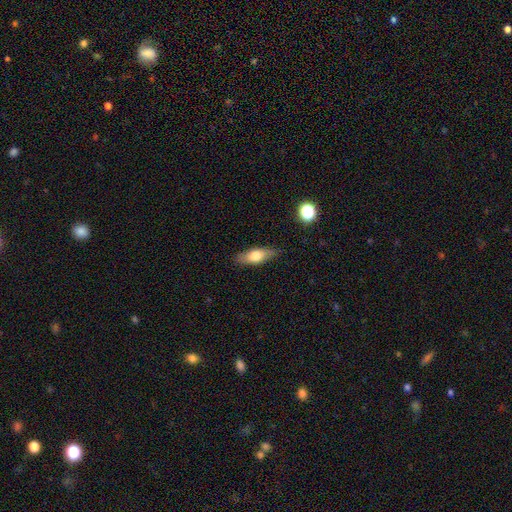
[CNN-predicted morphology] Q: Smooth or featured?
A: smooth (65%); runner-up: featured or disk (28%)
Q: How rounded?
A: in between (65%); runner-up: cigar-shaped (31%)
Q: Merging?
A: none (84%); runner-up: minor disturbance (12%)